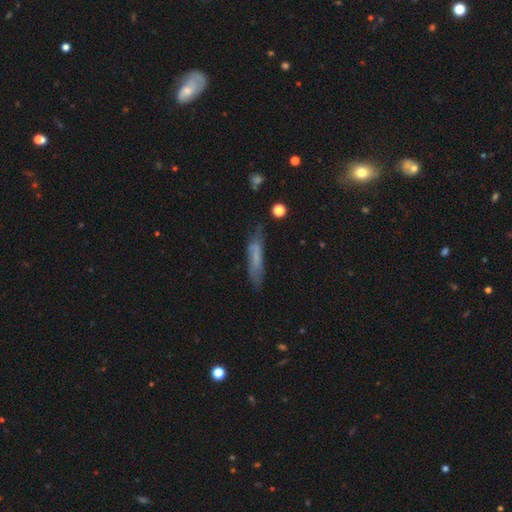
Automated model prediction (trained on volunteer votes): Smooth or featured? smooth (59%)
How rounded? cigar-shaped (82%)
Merging? none (65%)